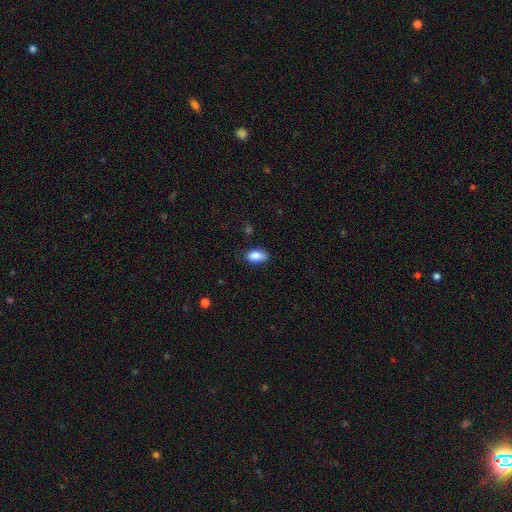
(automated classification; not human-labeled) smooth-or-featured: smooth: 86% | star or artifact: 7% | featured or disk: 6%
  how-rounded: in between: 91% | cigar-shaped: 5% | round: 5%
  merging: none: 75% | minor disturbance: 20% | major disturbance: 4% | merger: 1%